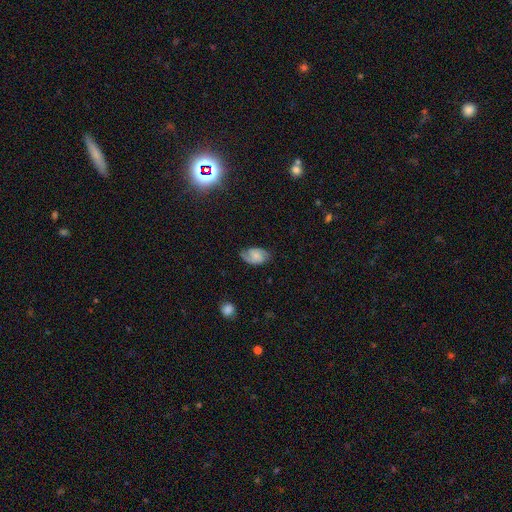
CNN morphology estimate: smooth-or-featured: featured or disk: 54% | smooth: 37% | star or artifact: 9%
  disk-edge-on: no: 96% | yes: 4%
    bar: no: 55% | weak: 37% | strong: 8%
    has-spiral-arms: yes: 92% | no: 8%
    bulge-size: small: 37% | none: 33% | moderate: 22% | large: 6% | dominant: 2%
  merging: none: 71% | minor disturbance: 21% | major disturbance: 7% | merger: 1%